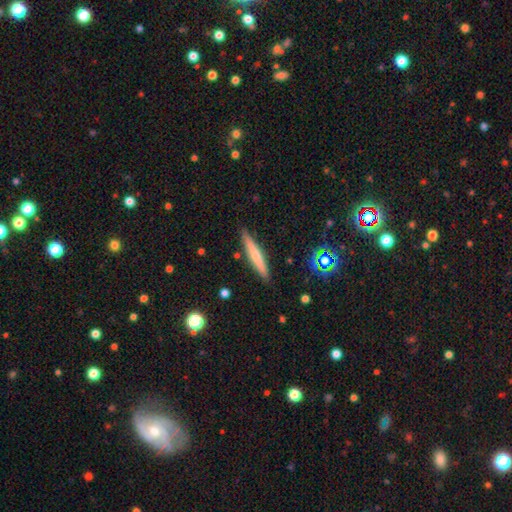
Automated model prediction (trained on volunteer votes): This is possibly a smooth galaxy (59%). How rounded: clearly cigar-shaped (94%). Merging: clearly none (89%).